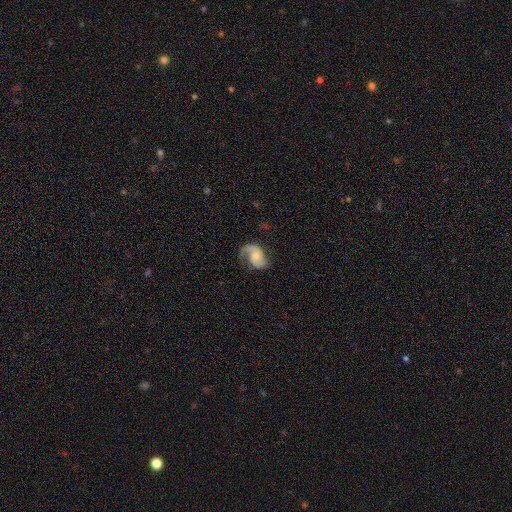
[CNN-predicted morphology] Overall: featured or disk (75%). Edge-on disk: no (98%). Bar: no (62%; weak 31%). Spiral arms: yes (94%). Spiral arm count: 2 (67%). Spiral winding: medium (42%; loose 41%). Bulge size: small (52%; moderate 29%). Merging: none (56%; minor disturbance 24%).